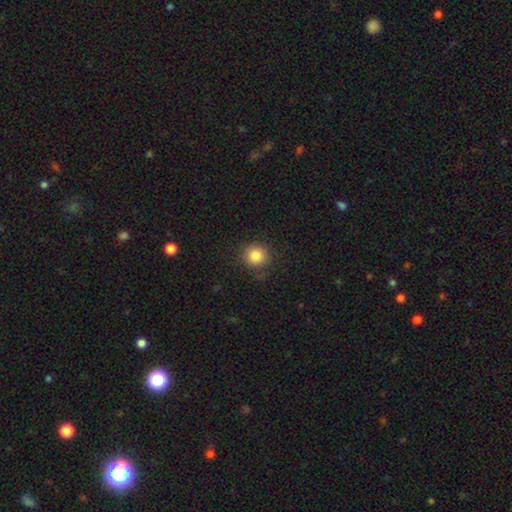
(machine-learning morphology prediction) type=smooth (84%); roundness=round (92%); merging=none (85%).